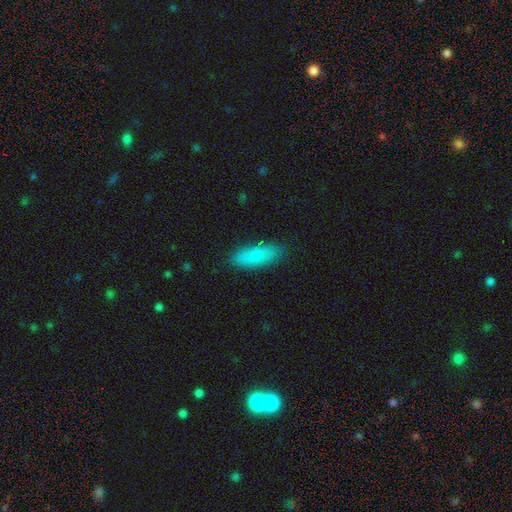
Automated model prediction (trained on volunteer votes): This appears to be a smooth galaxy with no disk features (82%) that is in between round and cigar-shaped (63%). Merging: none (85%).